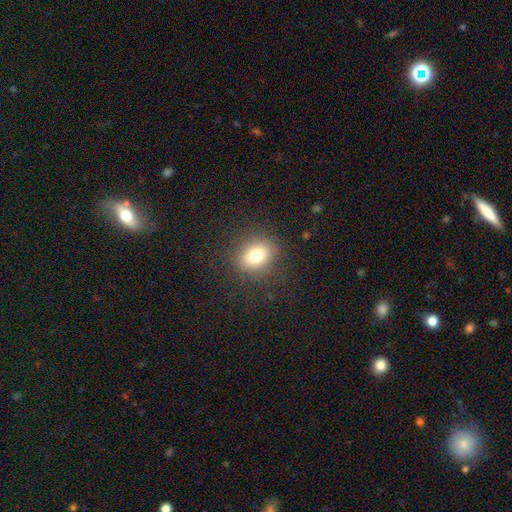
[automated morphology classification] smooth-or-featured: smooth: 77% | star or artifact: 13% | featured or disk: 10%
  how-rounded: round: 54% | in between: 45% | cigar-shaped: 1%
  merging: none: 86% | minor disturbance: 9% | major disturbance: 4% | merger: 1%